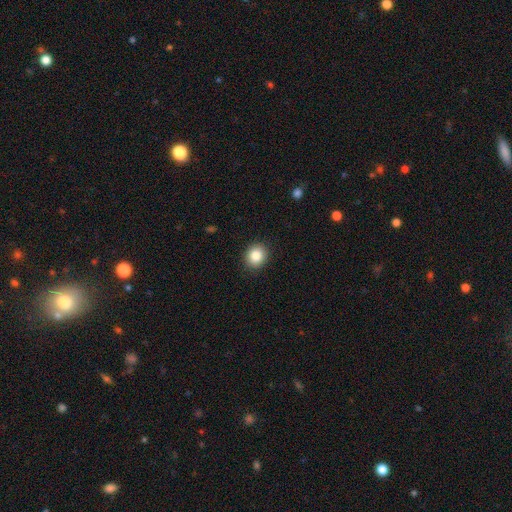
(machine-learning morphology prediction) Overall: smooth (85%). How rounded: round (76%). Merging: none (91%).